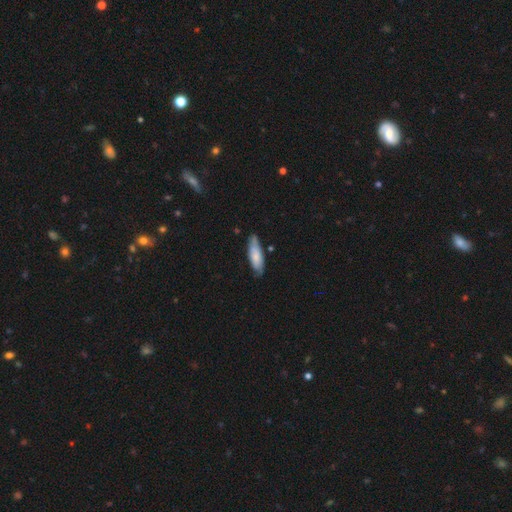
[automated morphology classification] smooth_or_featured: smooth (p=0.69) [alt: featured or disk p=0.26]
how_rounded: in between (p=0.52) [alt: cigar-shaped p=0.46]
merging: none (p=0.72) [alt: minor disturbance p=0.23]